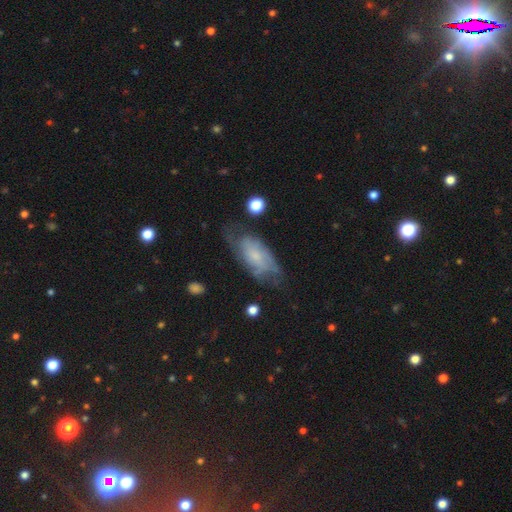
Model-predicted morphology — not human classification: A featured or disk galaxy (56%) with no bar (69%), spiral arms (79%) and a small central bulge (53%). Merging: none (55%).